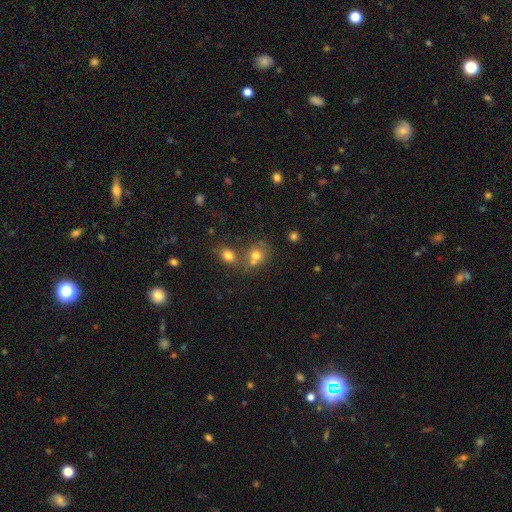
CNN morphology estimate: type=smooth (71%); roundness=round (71%); merging=none (45%).